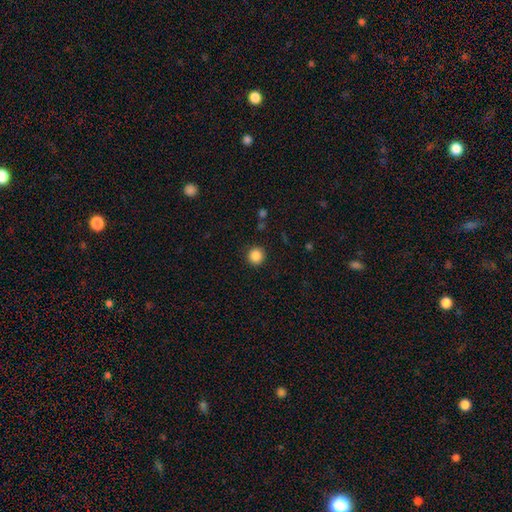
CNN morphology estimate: Q: Smooth or featured?
A: smooth (87%); runner-up: star or artifact (10%)
Q: How rounded?
A: round (94%); runner-up: in between (5%)
Q: Merging?
A: none (91%); runner-up: minor disturbance (5%)